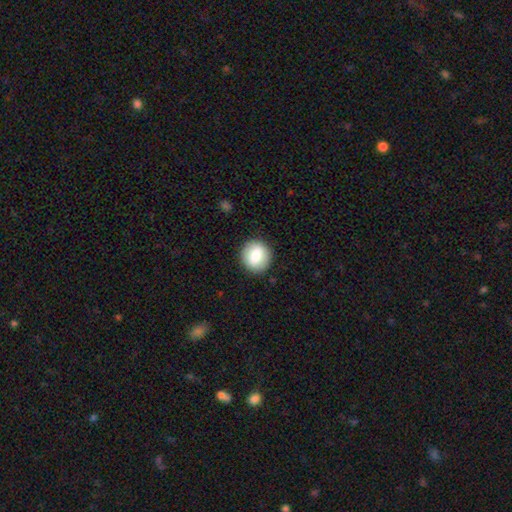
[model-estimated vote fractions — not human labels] smooth_or_featured: smooth (p=0.80) [alt: featured or disk p=0.12]
how_rounded: round (p=0.84) [alt: in between p=0.15]
merging: none (p=0.89) [alt: minor disturbance p=0.07]